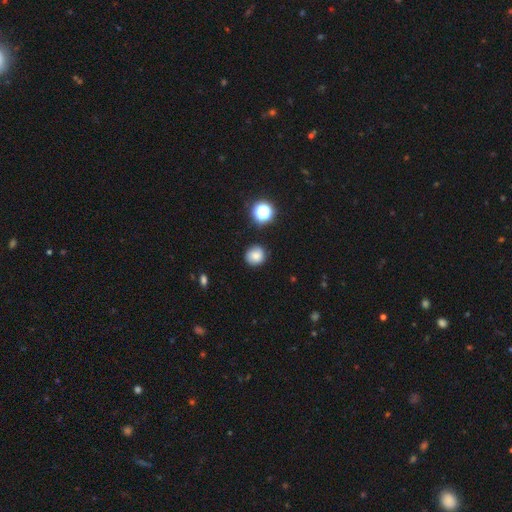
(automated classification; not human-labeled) The model was most divided on "smooth or featured": smooth: 77%, star or artifact: 12%, featured or disk: 10%. More confident: how rounded — round (89%); merging — none (83%).